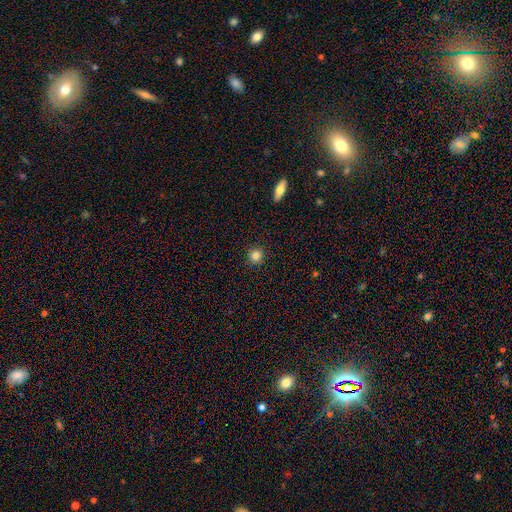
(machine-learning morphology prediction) This is clearly a smooth galaxy (84%). How rounded: clearly round (95%). Merging: clearly none (92%).